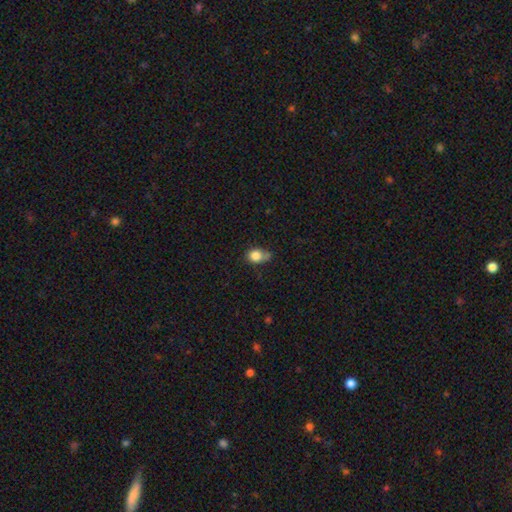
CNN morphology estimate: Smooth or featured?
  - smooth: 81% *
  - star or artifact: 10%
  - featured or disk: 9%
How rounded?
  - round: 52% *
  - in between: 46%
  - cigar-shaped: 2%
Merging?
  - none: 42% *
  - minor disturbance: 36%
  - major disturbance: 12%
  - merger: 10%